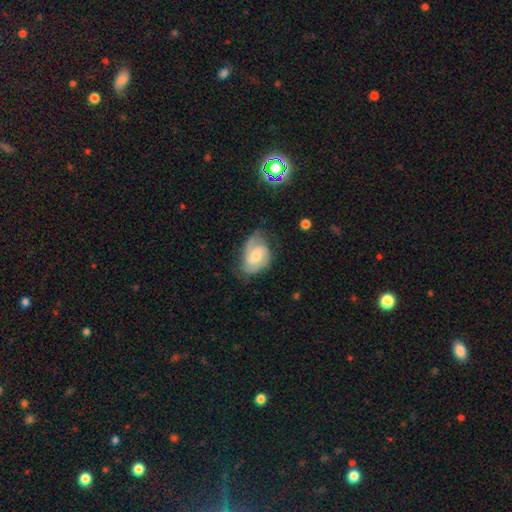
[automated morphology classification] Q: Smooth or featured?
A: featured or disk (77%); runner-up: smooth (18%)
Q: Edge-on disk?
A: no (97%); runner-up: yes (3%)
Q: Bar?
A: weak (47%); runner-up: no (43%)
Q: Spiral arms?
A: yes (95%); runner-up: no (5%)
Q: Spiral winding?
A: medium (47%); runner-up: tight (38%)
Q: Spiral arm count?
A: 2 (63%); runner-up: 3 (15%)
Q: Bulge size?
A: moderate (53%); runner-up: small (34%)
Q: Merging?
A: none (62%); runner-up: minor disturbance (26%)